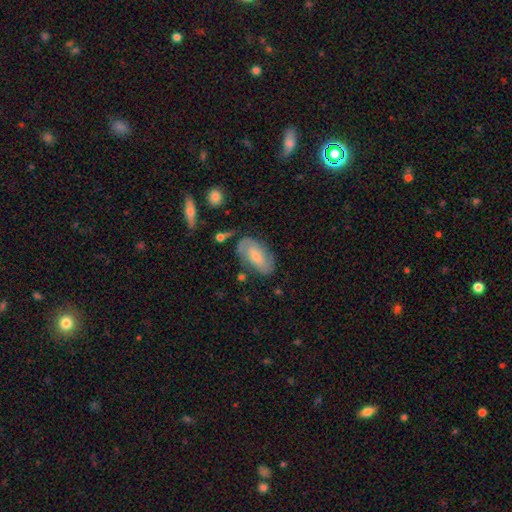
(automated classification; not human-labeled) smooth-or-featured: featured or disk: 56% | smooth: 37% | star or artifact: 7%
  disk-edge-on: no: 93% | yes: 7%
    bar: no: 48% | weak: 39% | strong: 13%
    has-spiral-arms: yes: 85% | no: 15%
    bulge-size: small: 47% | moderate: 38% | none: 8% | large: 6% | dominant: 2%
  merging: none: 69% | minor disturbance: 20% | major disturbance: 7% | merger: 4%